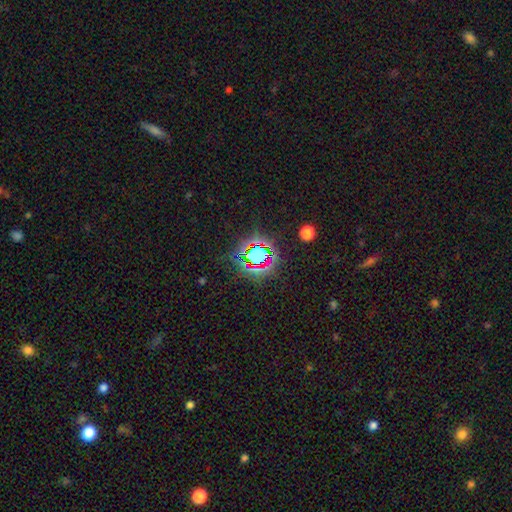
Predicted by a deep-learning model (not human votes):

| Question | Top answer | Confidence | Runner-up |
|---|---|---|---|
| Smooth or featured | star or artifact | 70% | smooth (20%) |